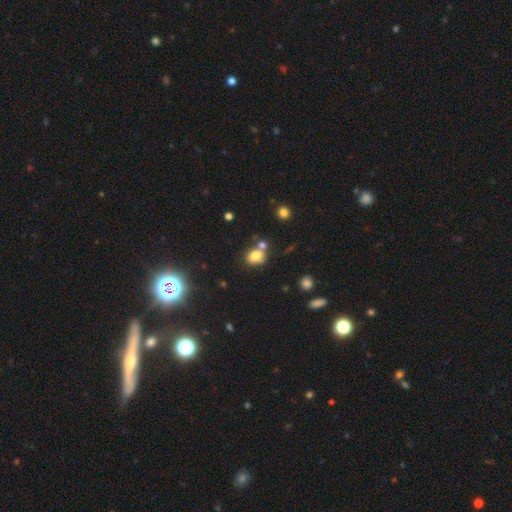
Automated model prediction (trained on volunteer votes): The model was most divided on "how rounded": in between: 57%, round: 42%, cigar-shaped: 1%. More confident: smooth or featured — smooth (78%); merging — none (52%).